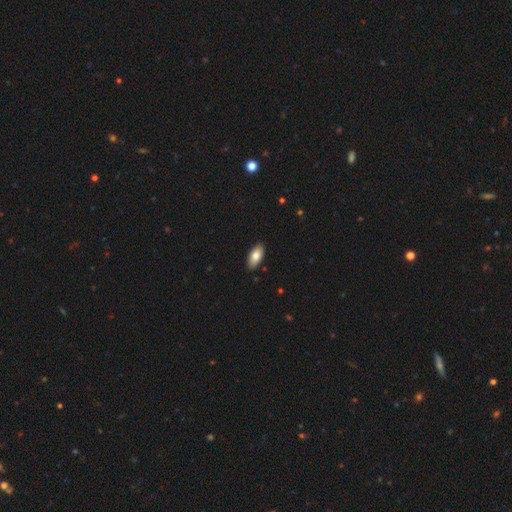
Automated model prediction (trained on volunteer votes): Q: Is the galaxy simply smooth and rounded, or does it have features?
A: smooth — 80%.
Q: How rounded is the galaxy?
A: in between — 92%.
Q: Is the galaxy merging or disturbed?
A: none — 89%.